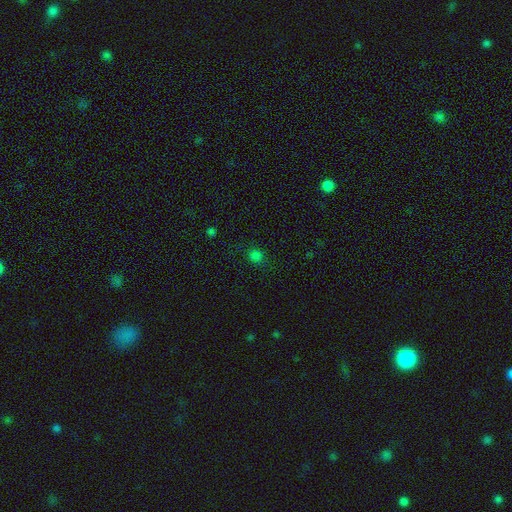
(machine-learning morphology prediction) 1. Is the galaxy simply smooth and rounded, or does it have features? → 76% smooth, 20% star or artifact, 4% featured or disk.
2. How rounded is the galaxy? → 84% round, 15% in between, 1% cigar-shaped.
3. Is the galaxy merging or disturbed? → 84% none, 11% minor disturbance, 4% major disturbance, 2% merger.